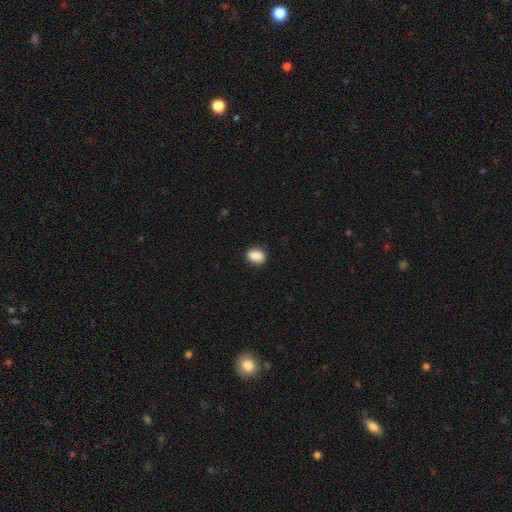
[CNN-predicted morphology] Overall: smooth (88%). How rounded: in between (62%; round 36%). Merging: none (85%).